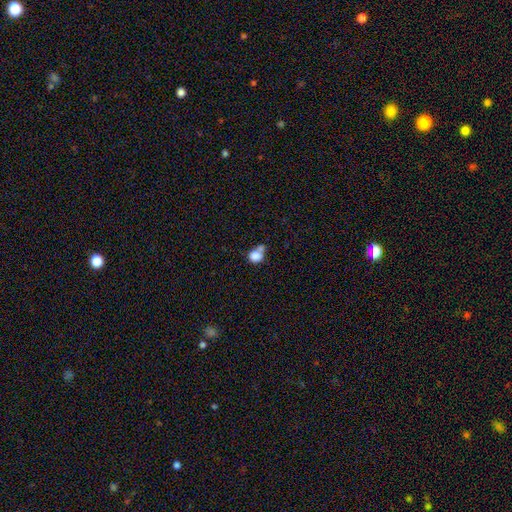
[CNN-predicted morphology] Smooth or featured?
  - smooth: 82% *
  - star or artifact: 10%
  - featured or disk: 8%
How rounded?
  - round: 71% *
  - in between: 28%
  - cigar-shaped: 1%
Merging?
  - merger: 40% *
  - none: 37%
  - minor disturbance: 15%
  - major disturbance: 7%